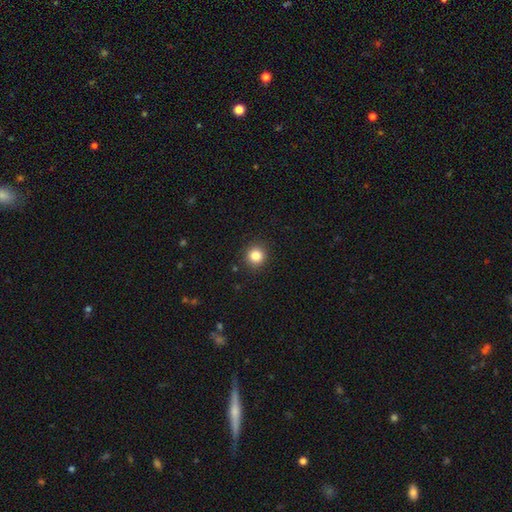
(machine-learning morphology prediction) Smooth or featured? smooth (84%)
How rounded? round (93%)
Merging? none (91%)